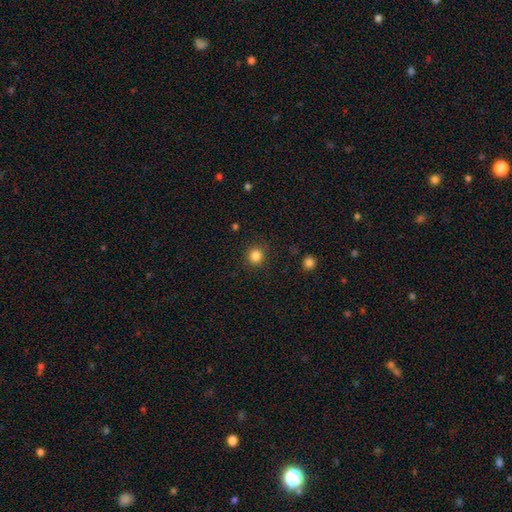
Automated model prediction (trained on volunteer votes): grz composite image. It shows a smooth galaxy with no disk features (85%) that is round (88%). Merging: none (90%).